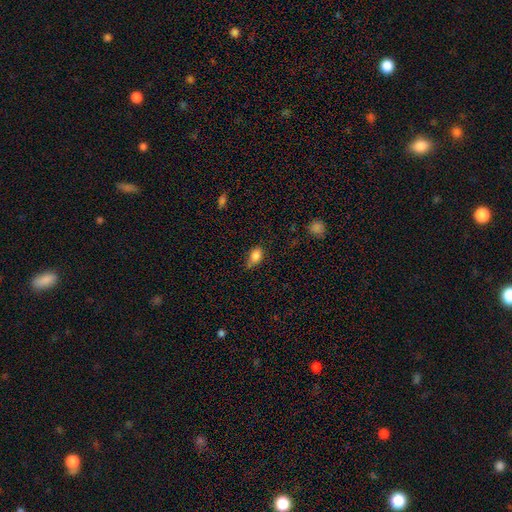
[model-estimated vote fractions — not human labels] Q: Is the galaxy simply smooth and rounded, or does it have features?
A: smooth — 84%.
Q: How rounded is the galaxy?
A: in between — 80%.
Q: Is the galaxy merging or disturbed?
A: none — 49%.